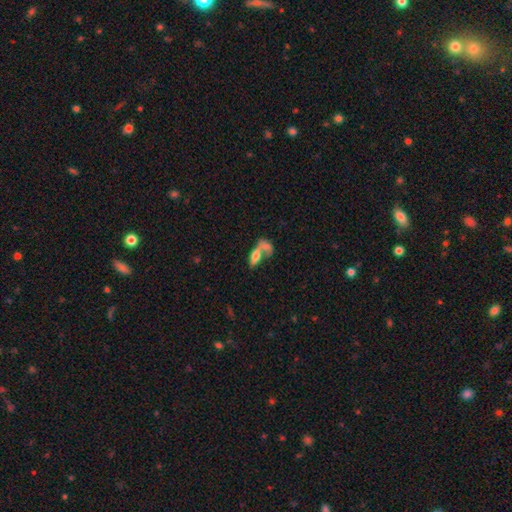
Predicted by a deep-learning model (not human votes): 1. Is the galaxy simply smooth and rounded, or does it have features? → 62% smooth, 28% featured or disk, 10% star or artifact.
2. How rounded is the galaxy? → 70% in between, 24% cigar-shaped, 6% round.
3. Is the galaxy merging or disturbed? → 62% merger, 23% none, 8% major disturbance, 7% minor disturbance.